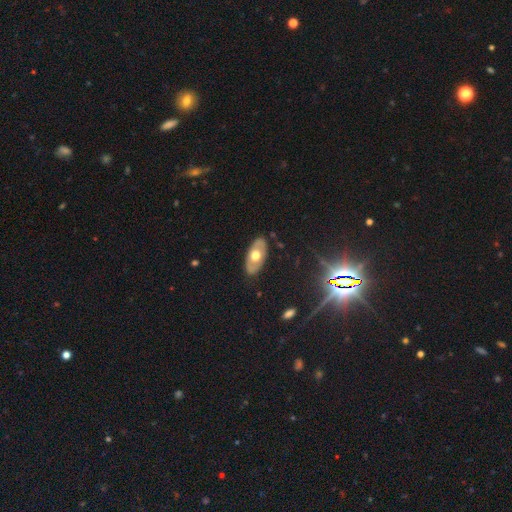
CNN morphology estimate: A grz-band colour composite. It shows a featured or disk galaxy (48%). Merging: none (84%).